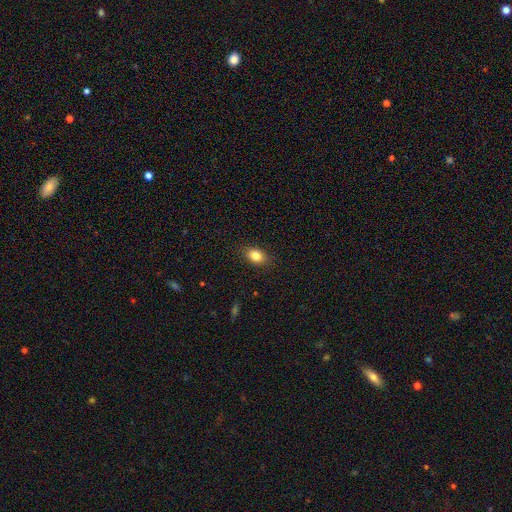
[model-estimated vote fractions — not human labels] smooth-or-featured: smooth: 83% | star or artifact: 9% | featured or disk: 8%
  how-rounded: in between: 82% | round: 16% | cigar-shaped: 2%
  merging: none: 87% | minor disturbance: 10% | major disturbance: 2% | merger: 1%